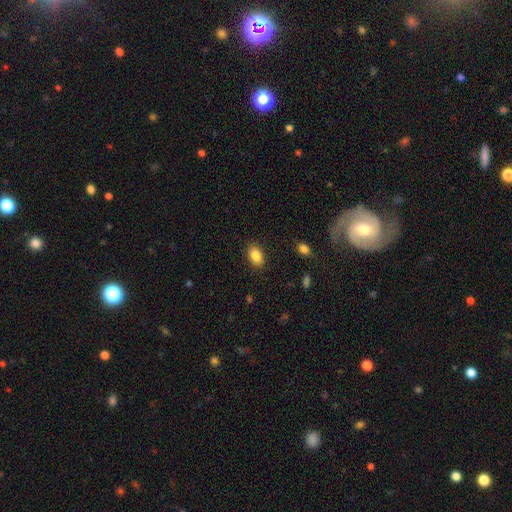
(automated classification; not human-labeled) Smooth or featured? Predicted: smooth (p=0.86). How rounded? Predicted: in between (p=0.89). Merging? Predicted: none (p=0.87).